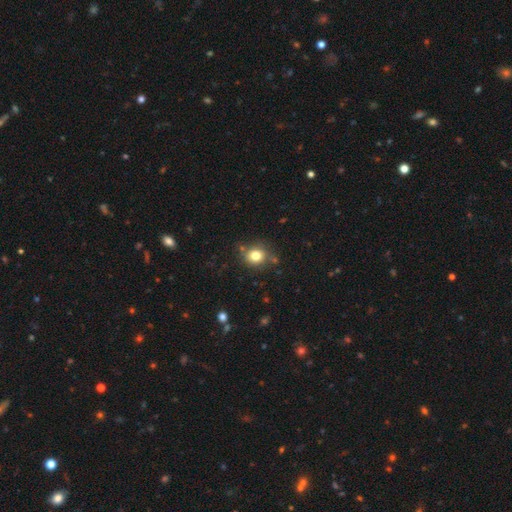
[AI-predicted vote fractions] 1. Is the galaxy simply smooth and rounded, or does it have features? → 79% smooth, 12% star or artifact, 9% featured or disk.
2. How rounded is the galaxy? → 77% round, 22% in between, 1% cigar-shaped.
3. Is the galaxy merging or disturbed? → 77% none, 13% minor disturbance, 5% merger, 4% major disturbance.